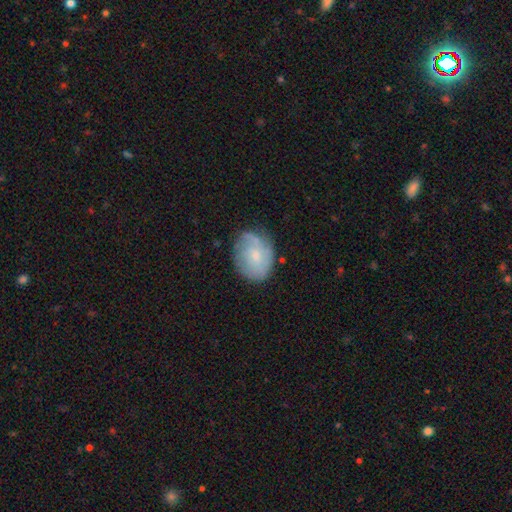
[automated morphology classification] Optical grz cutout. It shows a featured or disk galaxy (49%). Merging: none (67%).